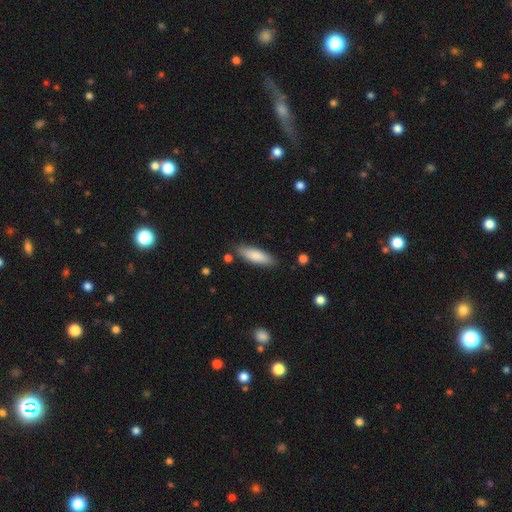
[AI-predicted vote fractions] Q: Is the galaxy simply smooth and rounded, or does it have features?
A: smooth — 83%.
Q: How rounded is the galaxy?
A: cigar-shaped — 54%.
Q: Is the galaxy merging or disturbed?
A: none — 84%.